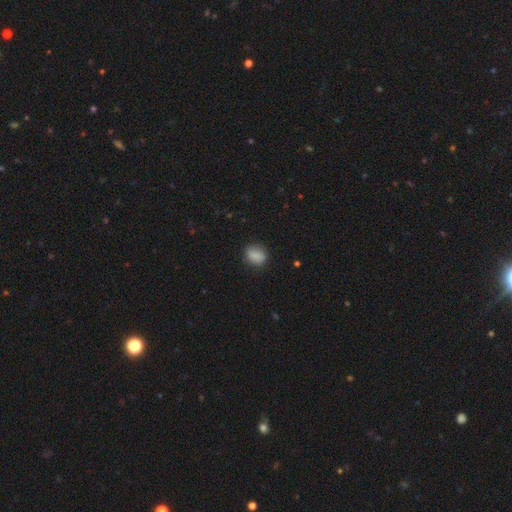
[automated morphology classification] This appears to be a smooth galaxy with no disk features (85%) that is in between round and cigar-shaped (52%). Merging: none (78%).